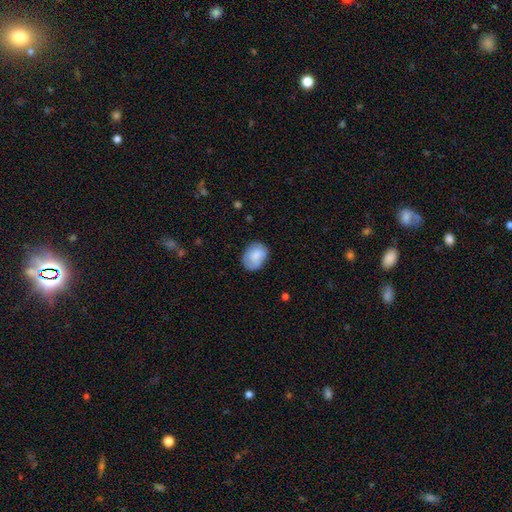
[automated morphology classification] This is likely a smooth galaxy (77%). How rounded: likely in between (63%). Merging: likely none (72%).